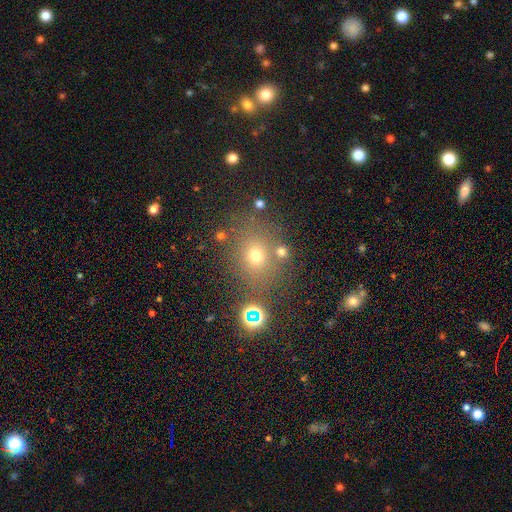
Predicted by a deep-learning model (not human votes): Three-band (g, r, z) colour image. It shows a smooth galaxy with no disk features (65%) that is round (72%). Merging: none (73%).